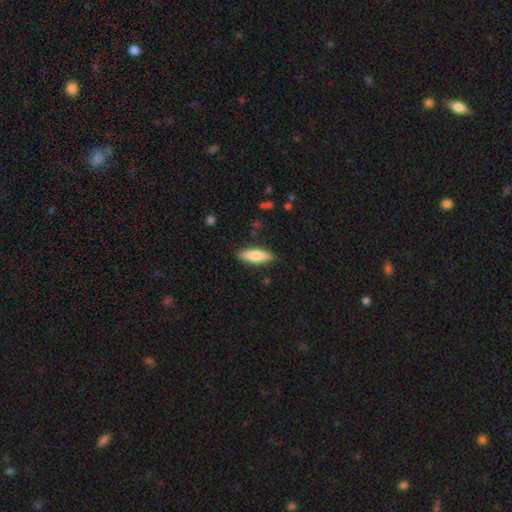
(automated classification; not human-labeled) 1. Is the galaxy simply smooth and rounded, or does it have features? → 75% smooth, 19% featured or disk, 6% star or artifact.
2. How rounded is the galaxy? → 55% in between, 43% cigar-shaped, 2% round.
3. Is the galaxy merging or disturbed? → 86% none, 11% minor disturbance, 2% major disturbance, 1% merger.